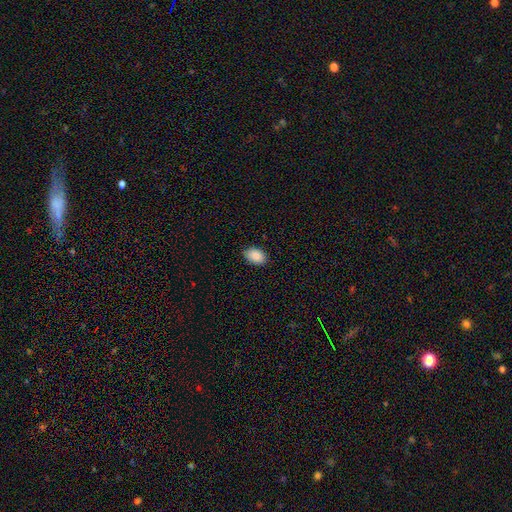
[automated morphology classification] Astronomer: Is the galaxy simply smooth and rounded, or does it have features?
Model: smooth — 90%.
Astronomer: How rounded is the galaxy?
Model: in between — 88%.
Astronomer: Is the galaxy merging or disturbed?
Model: none — 86%.